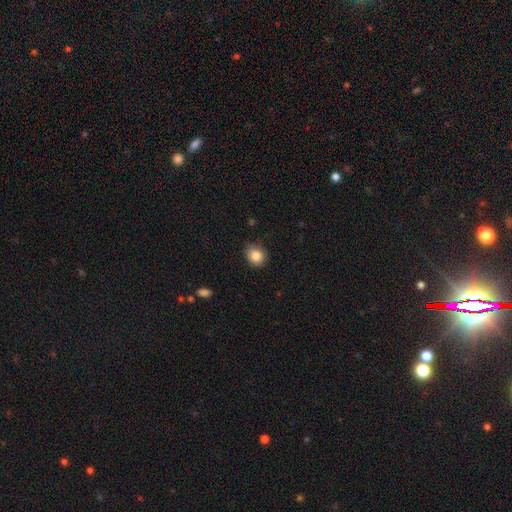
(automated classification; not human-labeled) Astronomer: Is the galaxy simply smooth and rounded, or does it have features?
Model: smooth — 86%.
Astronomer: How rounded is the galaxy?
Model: round — 67%.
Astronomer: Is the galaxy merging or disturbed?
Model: none — 76%.